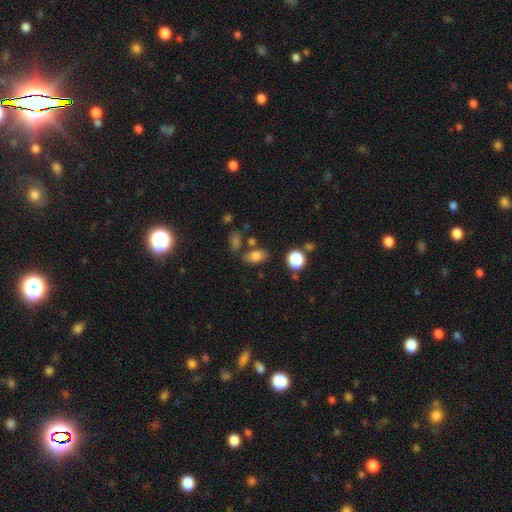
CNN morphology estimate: smooth_or_featured: smooth (p=0.79) [alt: star or artifact p=0.12]
how_rounded: in between (p=0.84) [alt: round p=0.14]
merging: none (p=0.66) [alt: minor disturbance p=0.16]